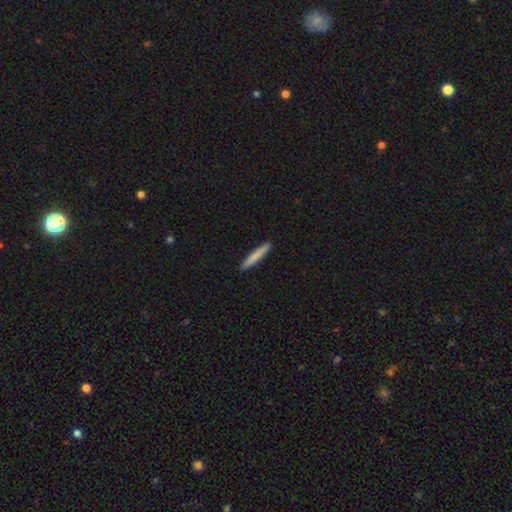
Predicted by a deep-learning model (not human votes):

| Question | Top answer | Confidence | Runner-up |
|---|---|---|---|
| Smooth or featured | smooth | 80% | featured or disk (15%) |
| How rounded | cigar-shaped | 95% | in between (4%) |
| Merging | none | 92% | minor disturbance (6%) |